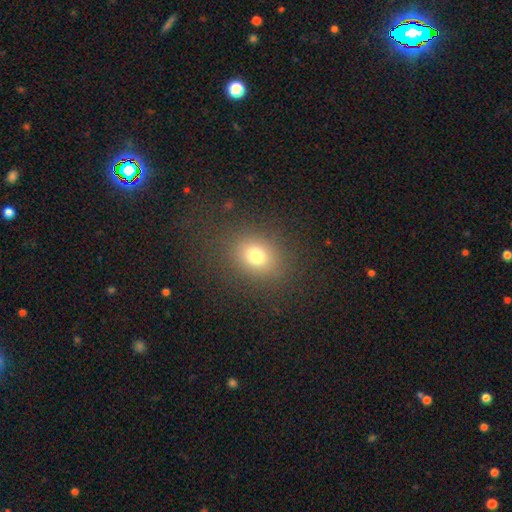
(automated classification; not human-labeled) Smooth or featured?
  - smooth: 76% *
  - star or artifact: 15%
  - featured or disk: 9%
How rounded?
  - round: 51% *
  - in between: 47%
  - cigar-shaped: 1%
Merging?
  - none: 83% *
  - minor disturbance: 10%
  - major disturbance: 6%
  - merger: 1%